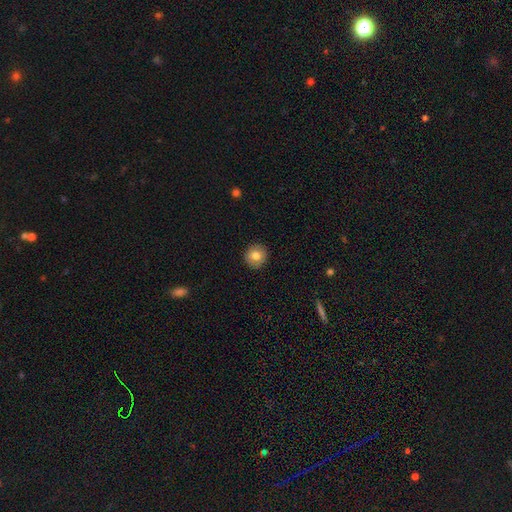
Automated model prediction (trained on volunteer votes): smooth-or-featured: smooth: 81% | featured or disk: 11% | star or artifact: 9%
  how-rounded: round: 91% | in between: 8% | cigar-shaped: 1%
  merging: none: 91% | minor disturbance: 6% | major disturbance: 2% | merger: 1%